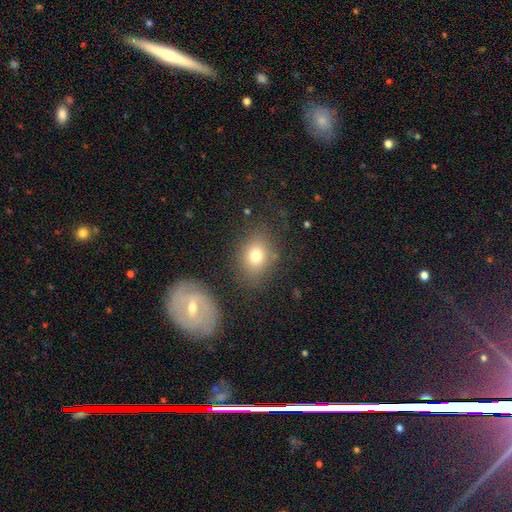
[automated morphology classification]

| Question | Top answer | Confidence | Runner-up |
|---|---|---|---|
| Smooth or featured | smooth | 75% | featured or disk (13%) |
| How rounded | in between | 56% | round (43%) |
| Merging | none | 75% | minor disturbance (14%) |